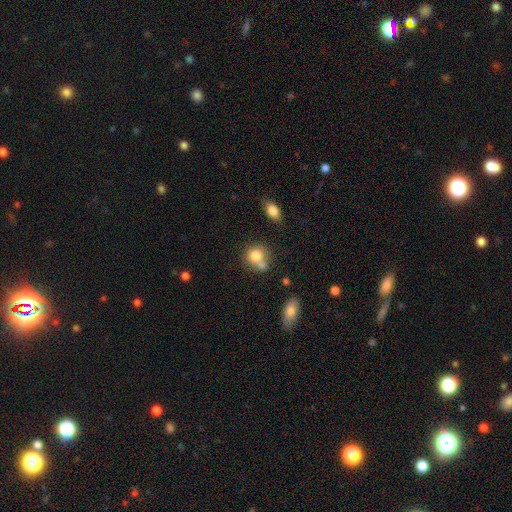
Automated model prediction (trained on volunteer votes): Q: Smooth or featured?
A: smooth (77%); runner-up: featured or disk (13%)
Q: How rounded?
A: round (73%); runner-up: in between (25%)
Q: Merging?
A: none (43%); runner-up: merger (38%)